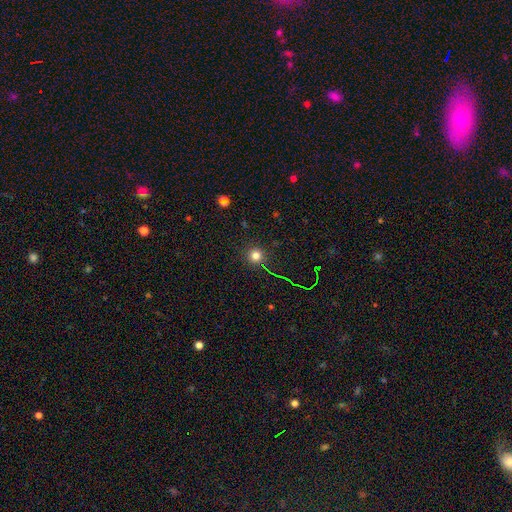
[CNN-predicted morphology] Overall: smooth (75%). How rounded: round (95%). Merging: none (89%).